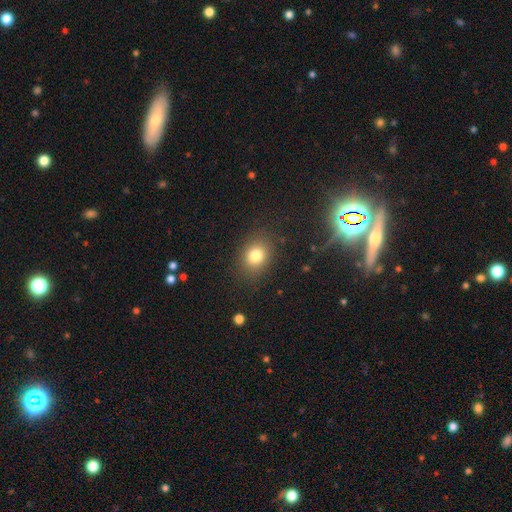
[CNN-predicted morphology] This appears to be a smooth galaxy with no disk features (79%) that is round (53%). Merging: none (86%).